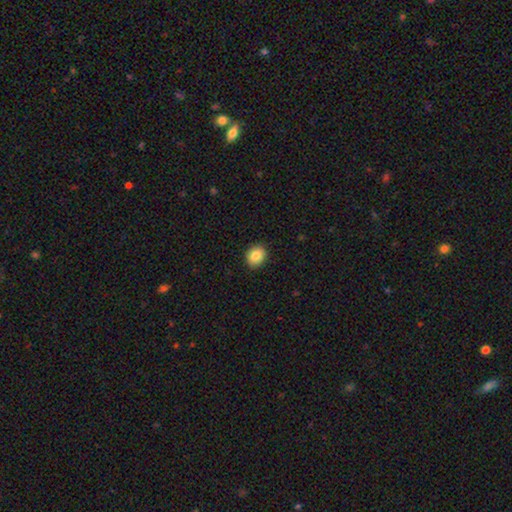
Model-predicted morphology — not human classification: A smooth galaxy with no disk features (85%) that is round (60%). Merging: none (91%).